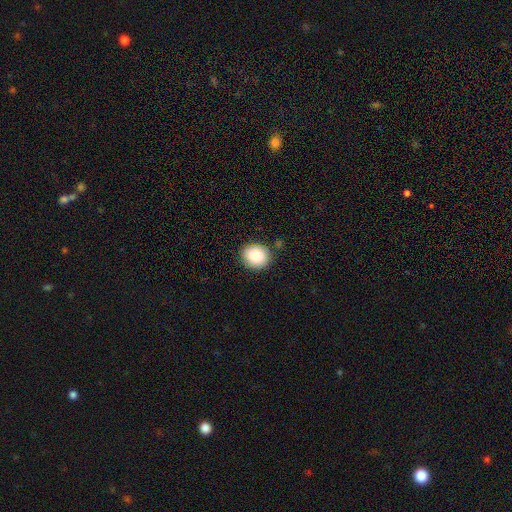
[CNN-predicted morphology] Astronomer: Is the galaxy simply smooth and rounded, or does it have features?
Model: smooth — 87%.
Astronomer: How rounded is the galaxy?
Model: round — 66%.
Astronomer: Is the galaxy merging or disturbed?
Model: none — 84%.